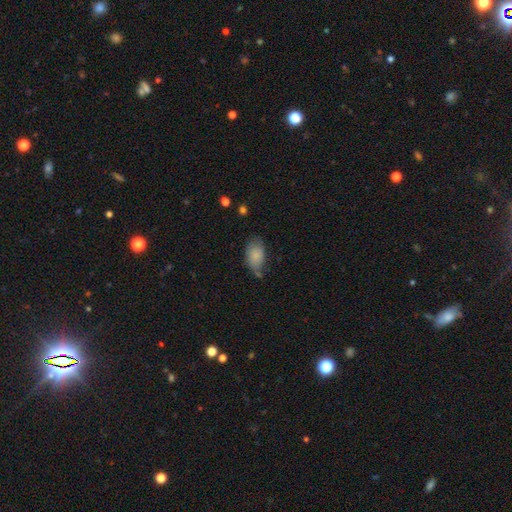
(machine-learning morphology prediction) This is clearly a smooth galaxy (82%). How rounded: clearly in between (92%). Merging: possibly none (52%).